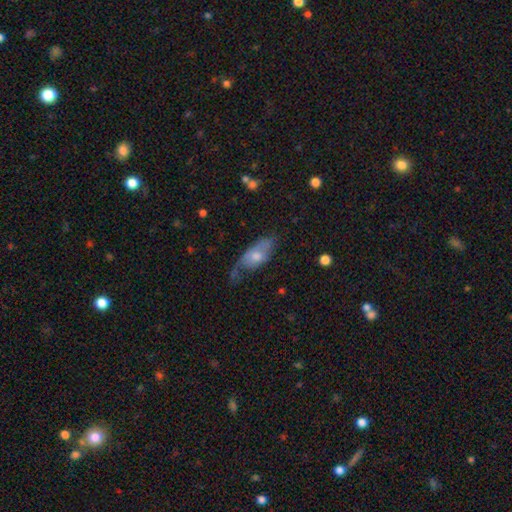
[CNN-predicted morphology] The model was most divided on "merging": none: 38%, minor disturbance: 35%, major disturbance: 24%, merger: 4%. More confident: how rounded — in between (83%); smooth or featured — smooth (52%).